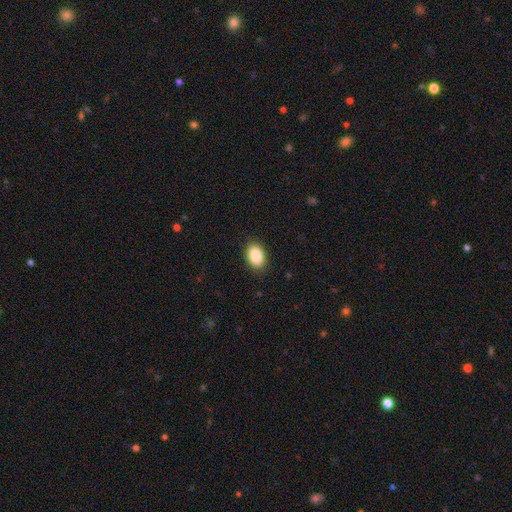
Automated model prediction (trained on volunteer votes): smooth-or-featured: smooth: 88% | star or artifact: 7% | featured or disk: 4%
  how-rounded: in between: 84% | round: 15% | cigar-shaped: 1%
  merging: none: 88% | minor disturbance: 9% | major disturbance: 2% | merger: 1%